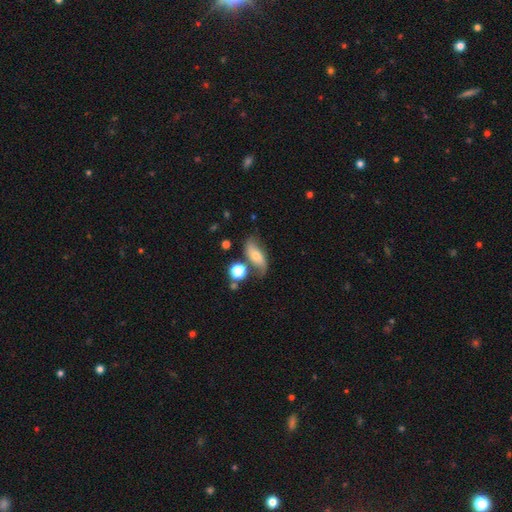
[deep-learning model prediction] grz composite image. It shows a featured or disk galaxy (52%). Merging: none (59%).